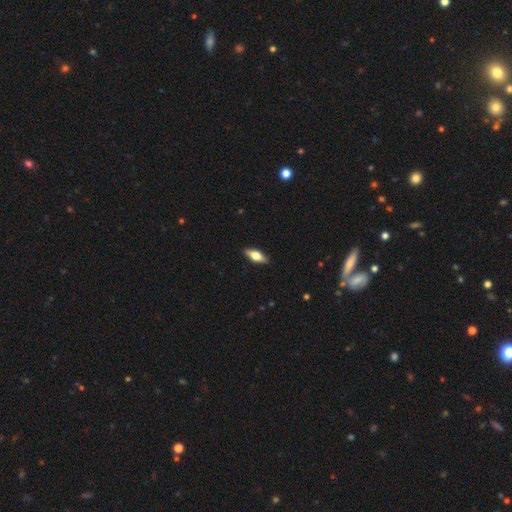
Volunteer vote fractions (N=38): smooth-or-featured: featured or disk: 50% | smooth: 47% | star or artifact: 3%
  disk-edge-on: yes: 100% | no: 0%
    edge-on-bulge: rounded: 95% | boxy: 5% | none: 0%
  merging: none: 97% | major disturbance: 3% | minor disturbance: 0% | merger: 0%